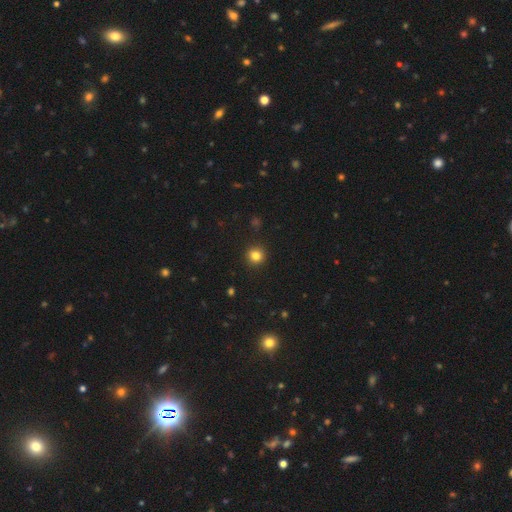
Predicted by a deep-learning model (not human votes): A smooth galaxy with no disk features (82%) that is round (93%).

Vote fractions:
- Smooth or featured? smooth: 82% / star or artifact: 13% / featured or disk: 5%
- How rounded? round: 93% / in between: 6% / cigar-shaped: 1%
- Merging? none: 92% / minor disturbance: 5% / major disturbance: 2% / merger: 1%